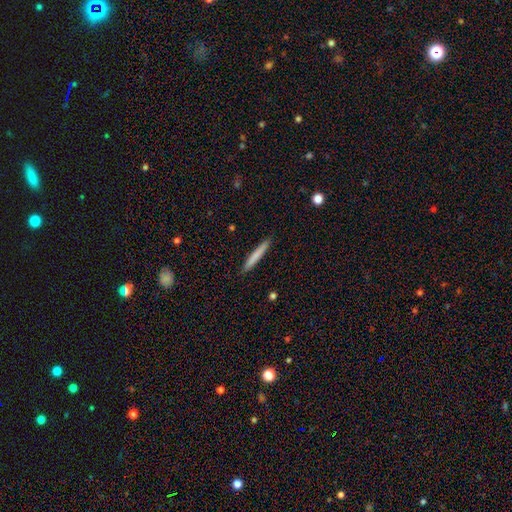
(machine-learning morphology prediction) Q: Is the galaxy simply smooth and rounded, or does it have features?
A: smooth — 76%.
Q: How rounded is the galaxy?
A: cigar-shaped — 96%.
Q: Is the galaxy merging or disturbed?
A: none — 90%.